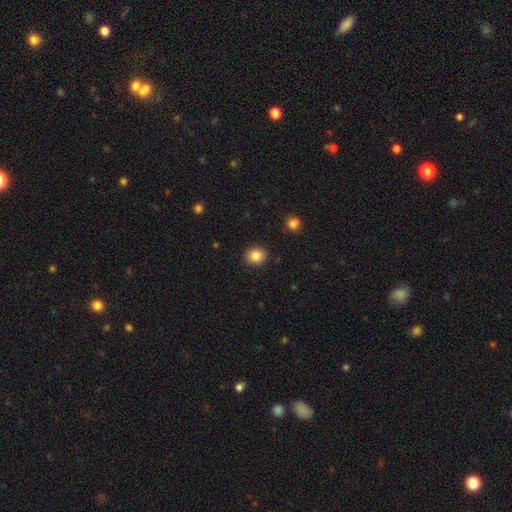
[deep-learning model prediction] smooth 85%, star or artifact 9%, featured or disk 5%. Down the decision tree: how rounded — round (75%); merging — none (91%).